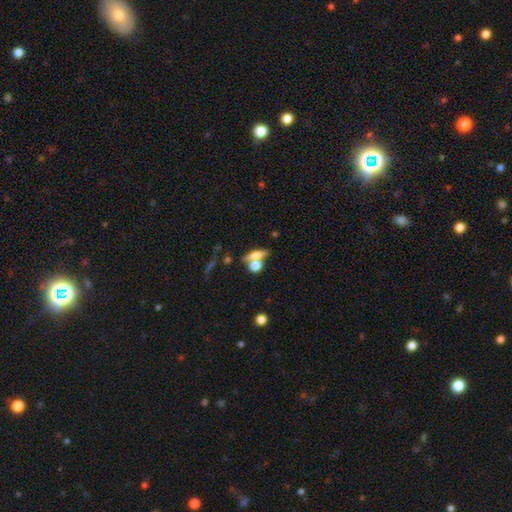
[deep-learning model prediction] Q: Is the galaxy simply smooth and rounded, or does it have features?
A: smooth — 54%.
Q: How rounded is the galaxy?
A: cigar-shaped — 41%.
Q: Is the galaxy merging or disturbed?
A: none — 51%.